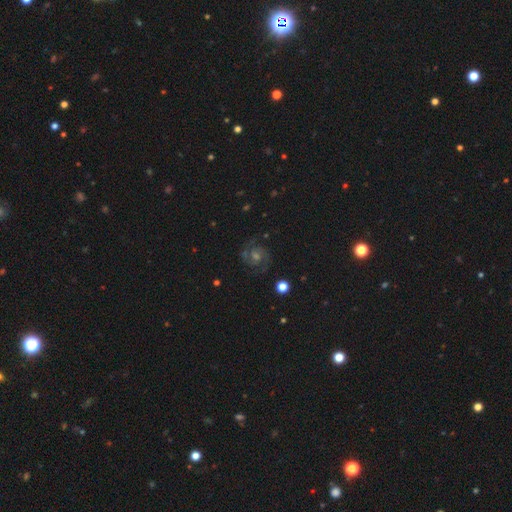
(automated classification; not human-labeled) Q: Smooth or featured?
A: featured or disk (73%); runner-up: star or artifact (16%)
Q: Edge-on disk?
A: no (98%); runner-up: yes (2%)
Q: Bar?
A: no (60%); runner-up: weak (33%)
Q: Spiral arms?
A: yes (96%); runner-up: no (4%)
Q: Spiral winding?
A: medium (49%); runner-up: tight (41%)
Q: Spiral arm count?
A: 2 (78%); runner-up: can't tell (8%)
Q: Bulge size?
A: moderate (47%); runner-up: small (39%)
Q: Merging?
A: none (82%); runner-up: minor disturbance (11%)